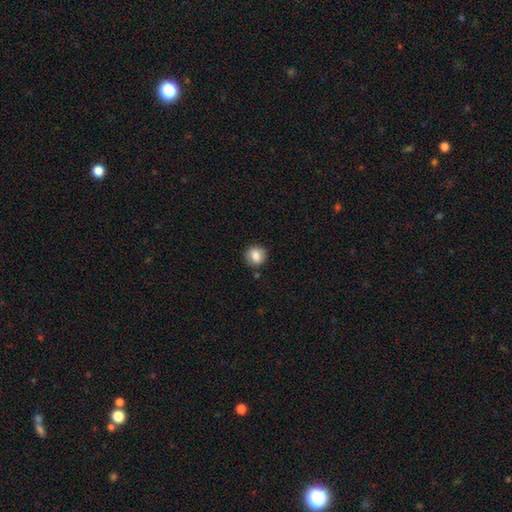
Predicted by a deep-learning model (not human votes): Smooth or featured: smooth — 82% (featured or disk — 9%)
How rounded: round — 87% (in between — 13%)
Merging: none — 85% (minor disturbance — 10%)